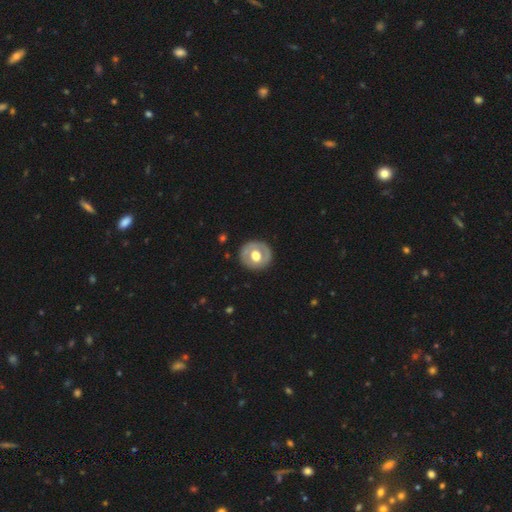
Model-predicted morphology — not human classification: Overall: featured or disk (49%; smooth 45%). Merging: none (84%).